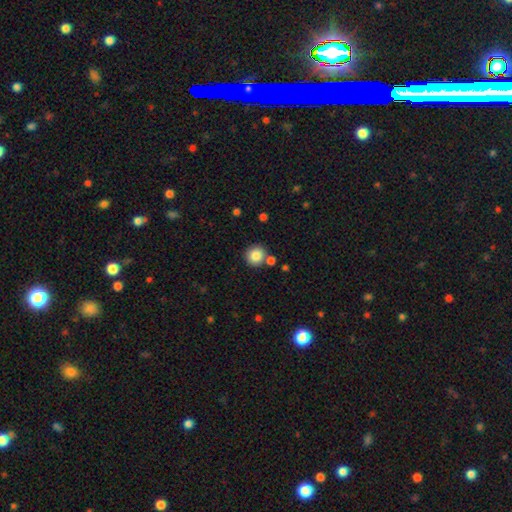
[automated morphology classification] type=smooth (85%); roundness=round (92%); merging=none (76%).